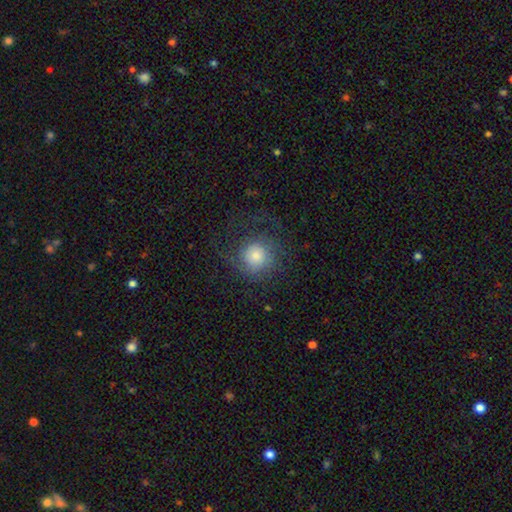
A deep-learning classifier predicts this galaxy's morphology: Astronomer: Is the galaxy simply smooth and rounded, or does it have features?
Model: smooth — 62%.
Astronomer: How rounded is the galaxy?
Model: round — 92%.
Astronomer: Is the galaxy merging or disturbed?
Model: none — 63%.